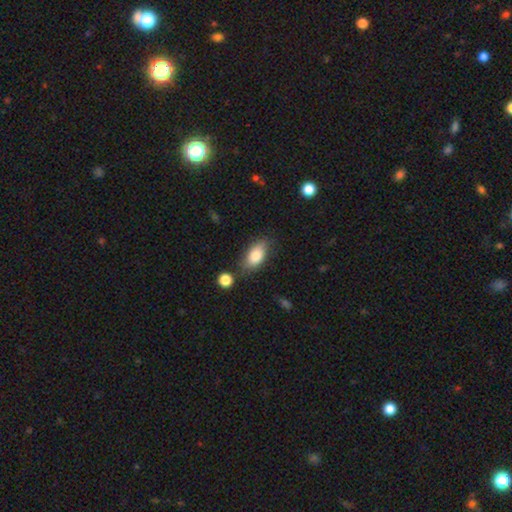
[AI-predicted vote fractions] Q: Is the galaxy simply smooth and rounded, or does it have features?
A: smooth — 82%.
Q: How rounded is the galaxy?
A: in between — 89%.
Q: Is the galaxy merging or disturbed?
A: none — 68%.